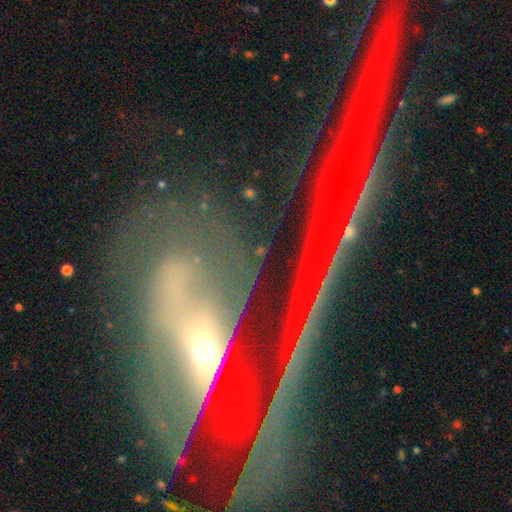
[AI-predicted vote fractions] smooth_or_featured: featured or disk (p=0.60) [alt: star or artifact p=0.26]
disk_edge_on: no (p=0.68) [alt: yes p=0.32]
merging: none (p=0.53) [alt: major disturbance p=0.22]